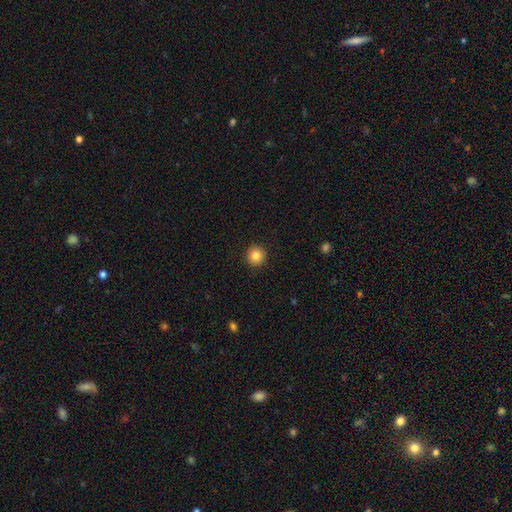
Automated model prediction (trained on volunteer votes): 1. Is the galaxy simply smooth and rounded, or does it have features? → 85% smooth, 10% star or artifact, 5% featured or disk.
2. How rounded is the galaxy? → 95% round, 4% in between, 1% cigar-shaped.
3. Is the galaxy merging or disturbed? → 93% none, 5% minor disturbance, 2% major disturbance, 1% merger.